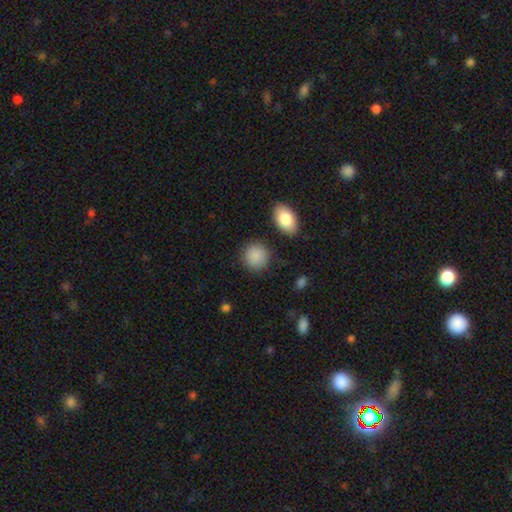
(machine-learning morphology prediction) type=smooth (88%); roundness=round (84%); merging=none (85%).